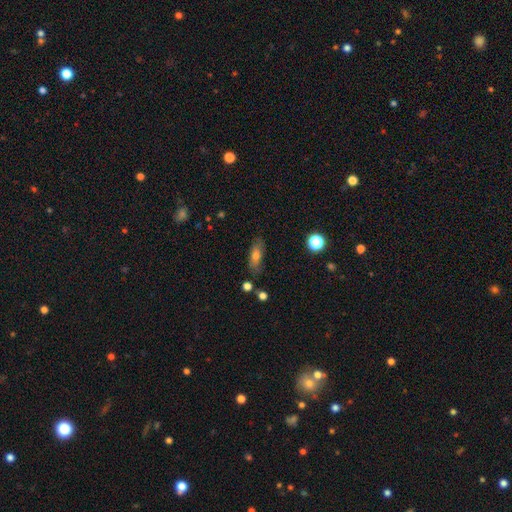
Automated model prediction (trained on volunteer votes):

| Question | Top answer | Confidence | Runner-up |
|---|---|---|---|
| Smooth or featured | smooth | 64% | featured or disk (26%) |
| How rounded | in between | 65% | cigar-shaped (30%) |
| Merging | none | 79% | minor disturbance (15%) |